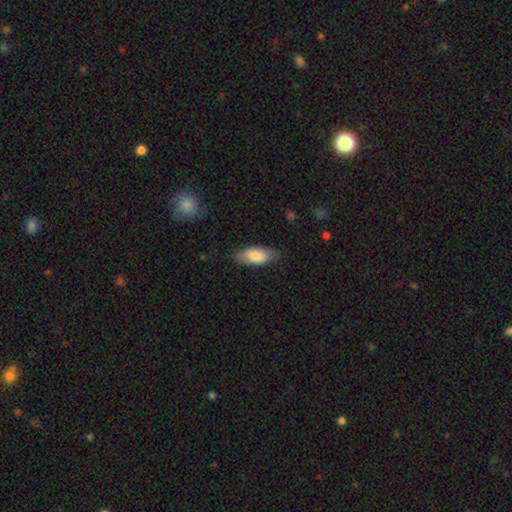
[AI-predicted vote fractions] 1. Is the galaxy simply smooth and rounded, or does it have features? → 79% smooth, 15% featured or disk, 6% star or artifact.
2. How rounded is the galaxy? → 84% in between, 14% cigar-shaped, 2% round.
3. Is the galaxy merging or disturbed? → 77% none, 18% minor disturbance, 4% major disturbance, 1% merger.